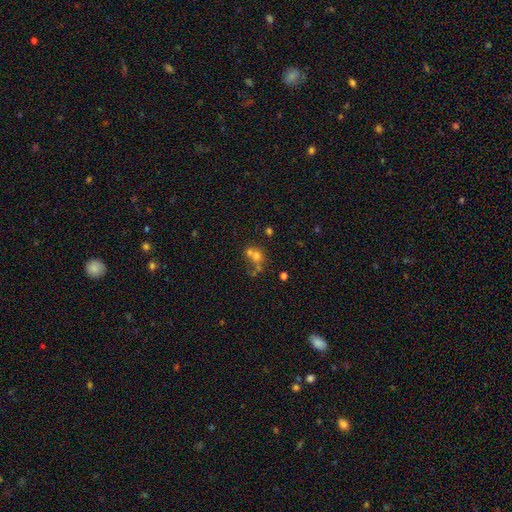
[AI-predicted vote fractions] This is possibly a smooth galaxy (58%). How rounded: likely round (74%). Merging: possibly merger (54%).